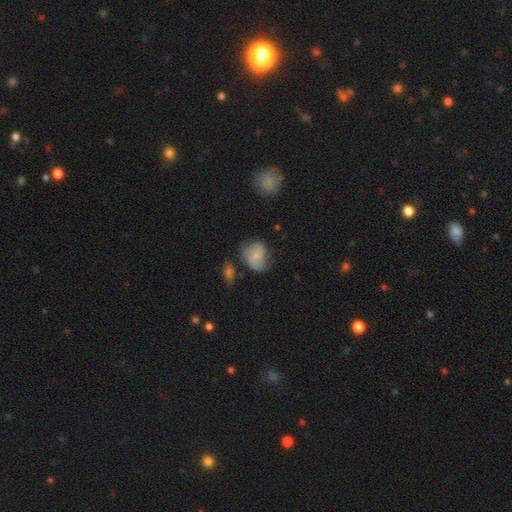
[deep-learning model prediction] Overall: smooth (53%; featured or disk 39%). How rounded: round (50%; in between 49%). Merging: none (47%; minor disturbance 33%).